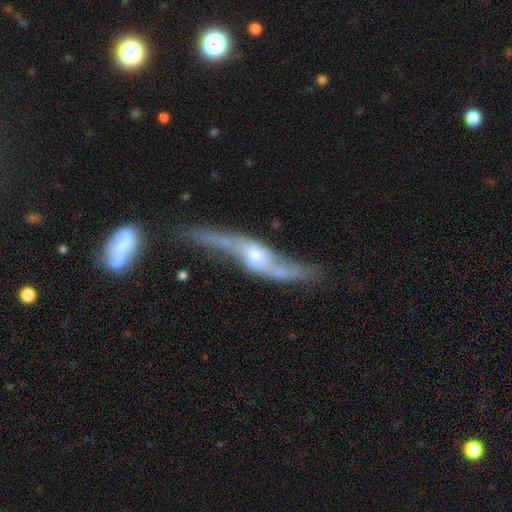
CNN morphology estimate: type=featured or disk (78%); edge-on=no (64%); bar=no (58%); spiral arms=yes (82%); bulge=small (46%); merging=none (50%).